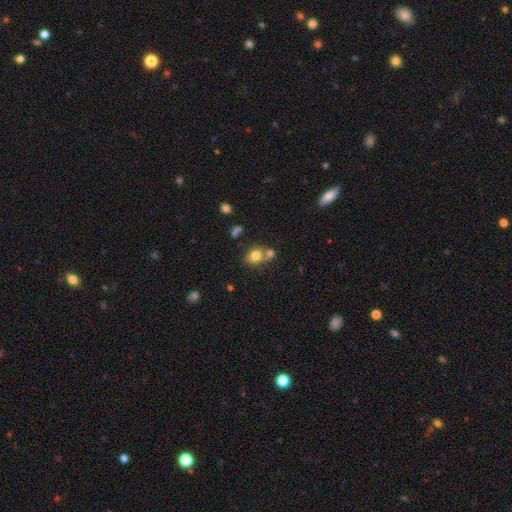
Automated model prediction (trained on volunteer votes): This appears to be a smooth galaxy with no disk features (77%) that is round (53%). Merging: none (43%).